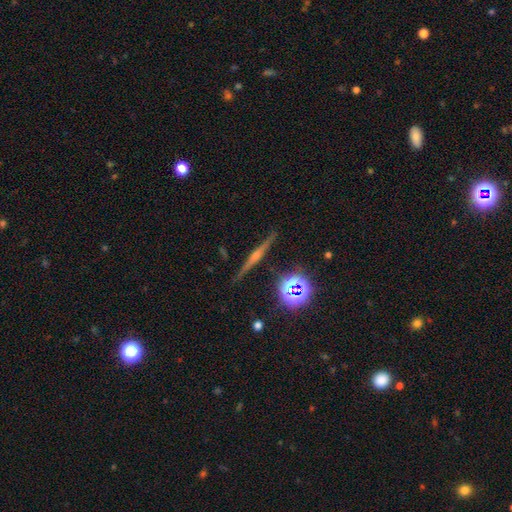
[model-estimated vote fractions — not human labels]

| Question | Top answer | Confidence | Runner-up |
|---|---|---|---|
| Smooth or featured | featured or disk | 72% | star or artifact (14%) |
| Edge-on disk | yes | 98% | no (2%) |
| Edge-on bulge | rounded | 82% | none (11%) |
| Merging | none | 90% | minor disturbance (7%) |